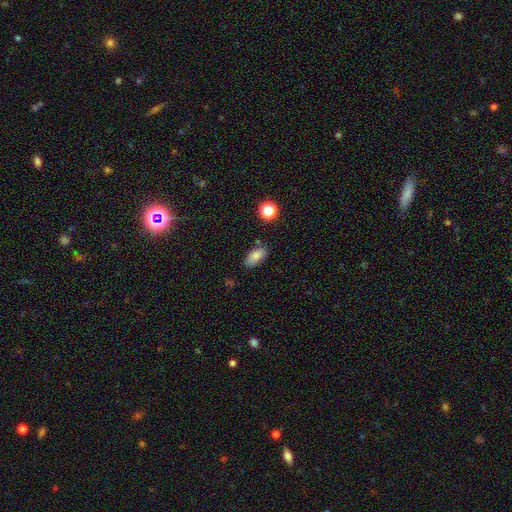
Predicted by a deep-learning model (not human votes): Q: Smooth or featured?
A: smooth (83%); runner-up: star or artifact (10%)
Q: How rounded?
A: in between (90%); runner-up: cigar-shaped (5%)
Q: Merging?
A: none (79%); runner-up: minor disturbance (14%)